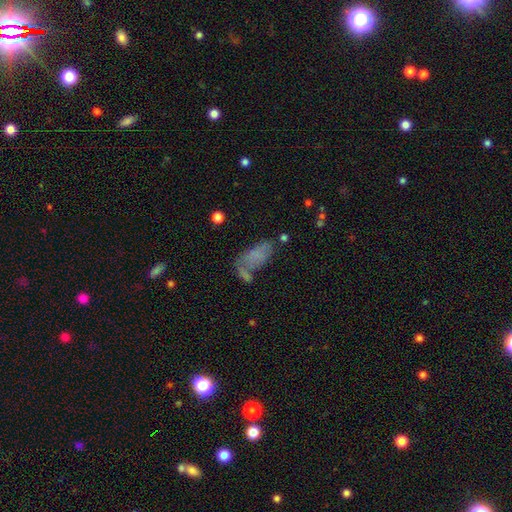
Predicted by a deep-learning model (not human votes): Smooth or featured: smooth — 64% (featured or disk — 24%)
How rounded: in between — 86% (cigar-shaped — 10%)
Merging: none — 37% (merger — 22%)